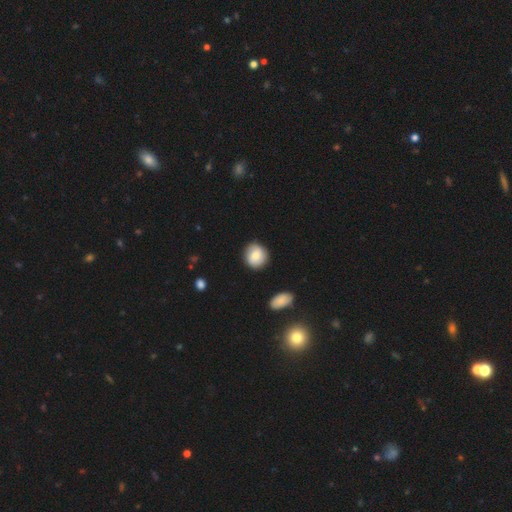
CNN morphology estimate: This is likely a smooth galaxy (72%). How rounded: clearly round (87%). Merging: clearly none (85%).